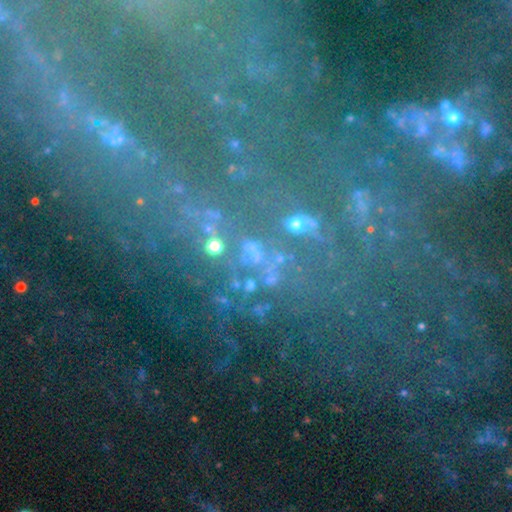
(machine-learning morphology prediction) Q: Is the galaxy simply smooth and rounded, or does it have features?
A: star or artifact — 50%.